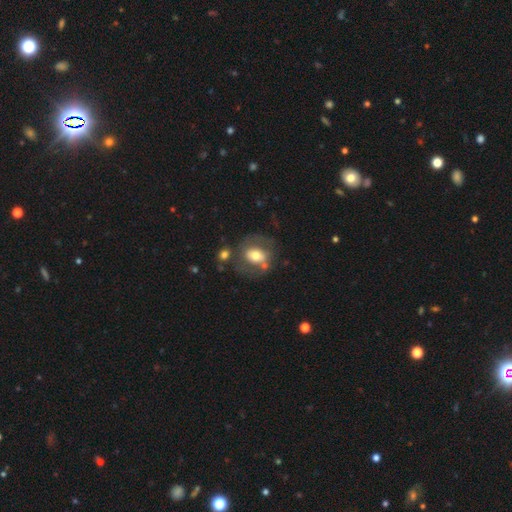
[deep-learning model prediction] Smooth or featured? smooth (50%)
How rounded? in between (51%)
Merging? none (56%)